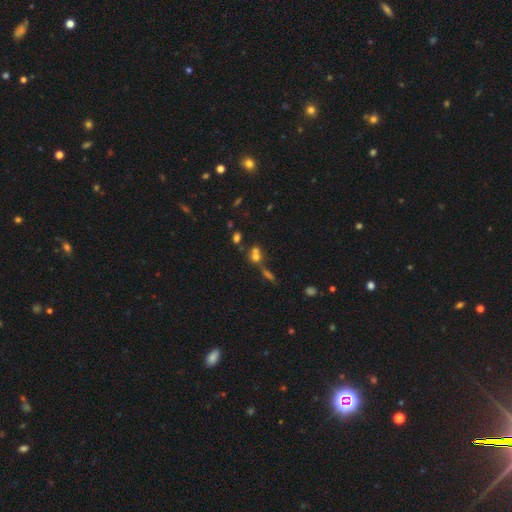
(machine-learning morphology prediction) A smooth galaxy with no disk features (57%) that is round (68%).

Vote fractions:
- Smooth or featured? smooth: 57% / star or artifact: 24% / featured or disk: 20%
- How rounded? round: 68% / in between: 27% / cigar-shaped: 5%
- Merging? merger: 50% / none: 37% / minor disturbance: 8% / major disturbance: 5%